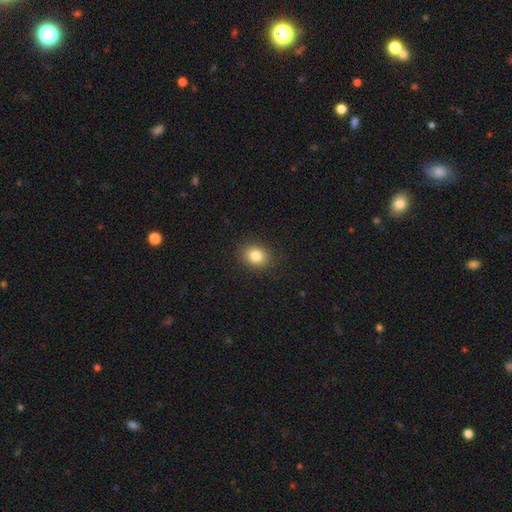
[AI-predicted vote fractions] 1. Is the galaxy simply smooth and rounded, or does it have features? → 83% smooth, 10% star or artifact, 7% featured or disk.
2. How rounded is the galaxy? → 51% in between, 48% round, 1% cigar-shaped.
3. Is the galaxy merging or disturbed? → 88% none, 8% minor disturbance, 3% major disturbance, 1% merger.